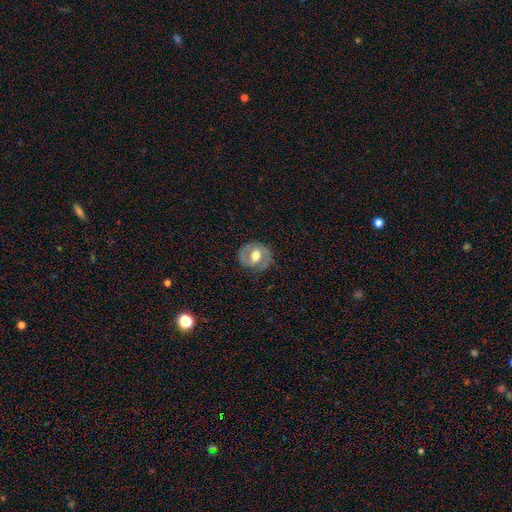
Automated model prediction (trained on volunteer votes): Overall: featured or disk (68%). Edge-on disk: no (96%). Bar: no (43%; weak 41%). Spiral arms: yes (71%). Bulge size: moderate (63%; large 29%). Merging: none (78%).